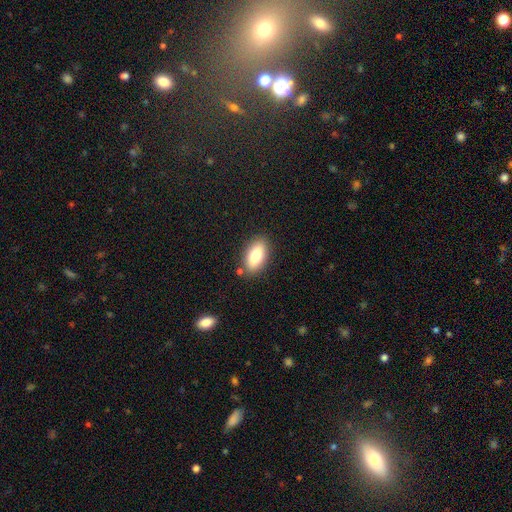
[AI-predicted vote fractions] Smooth or featured?
  - smooth: 80% *
  - featured or disk: 13%
  - star or artifact: 7%
How rounded?
  - in between: 90% *
  - cigar-shaped: 7%
  - round: 3%
Merging?
  - none: 83% *
  - minor disturbance: 11%
  - merger: 4%
  - major disturbance: 3%